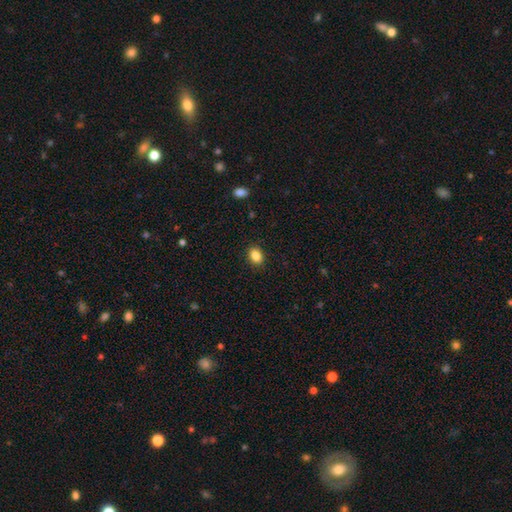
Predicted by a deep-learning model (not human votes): Smooth or featured?
  - smooth: 86% *
  - star or artifact: 9%
  - featured or disk: 5%
How rounded?
  - in between: 75% *
  - round: 24%
  - cigar-shaped: 1%
Merging?
  - none: 88% *
  - minor disturbance: 9%
  - major disturbance: 2%
  - merger: 1%